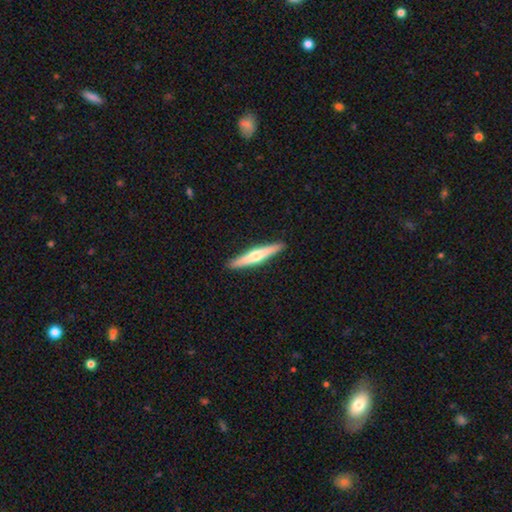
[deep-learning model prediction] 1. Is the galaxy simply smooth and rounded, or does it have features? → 54% featured or disk, 41% smooth, 5% star or artifact.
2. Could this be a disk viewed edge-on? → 97% yes, 3% no.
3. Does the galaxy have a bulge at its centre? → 84% rounded, 11% none, 5% boxy.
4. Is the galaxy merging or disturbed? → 92% none, 6% minor disturbance, 1% major disturbance, 1% merger.